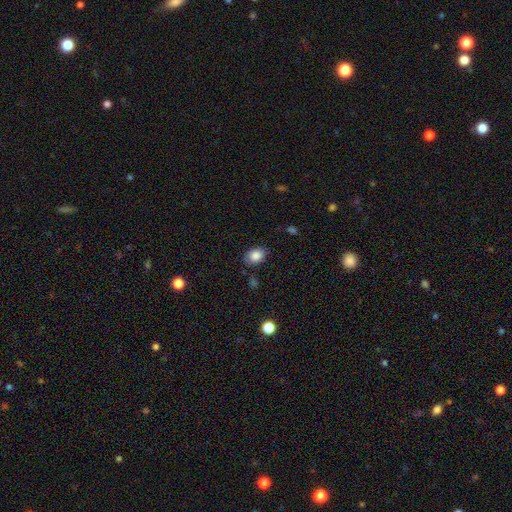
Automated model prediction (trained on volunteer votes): This appears to be a smooth galaxy with no disk features (86%) that is in between round and cigar-shaped (68%). Merging: none (80%).